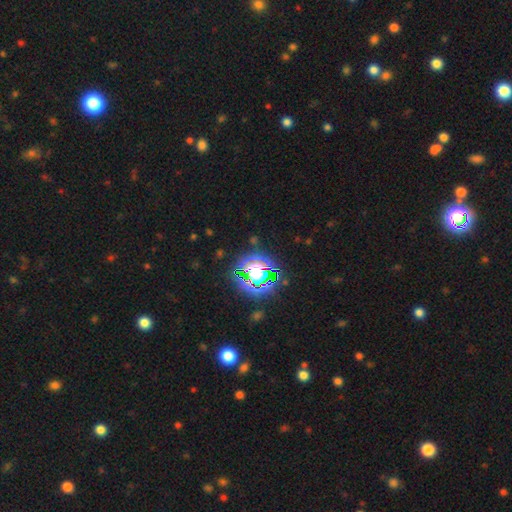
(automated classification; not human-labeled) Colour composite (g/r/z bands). It shows a star or artifact, not a galaxy (79%).